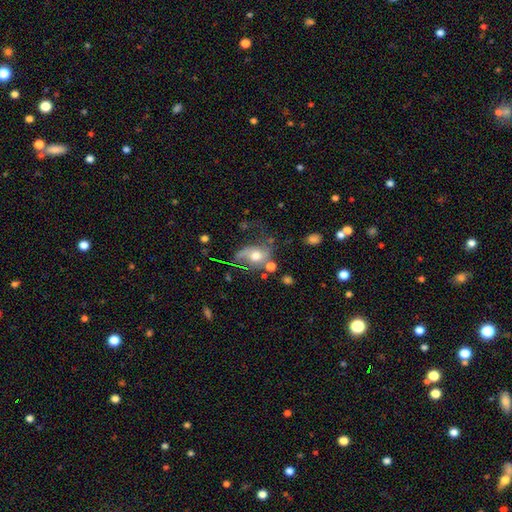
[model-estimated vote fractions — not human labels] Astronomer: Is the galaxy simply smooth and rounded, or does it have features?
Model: featured or disk — 54% (runner-up: smooth, 36%).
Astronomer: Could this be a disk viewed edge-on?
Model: no — 95%.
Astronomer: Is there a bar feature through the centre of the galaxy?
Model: no — 71%.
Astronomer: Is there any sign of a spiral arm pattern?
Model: yes — 75%.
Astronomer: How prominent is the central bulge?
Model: moderate — 62%.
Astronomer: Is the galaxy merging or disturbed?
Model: none — 39% (runner-up: major disturbance, 28%).